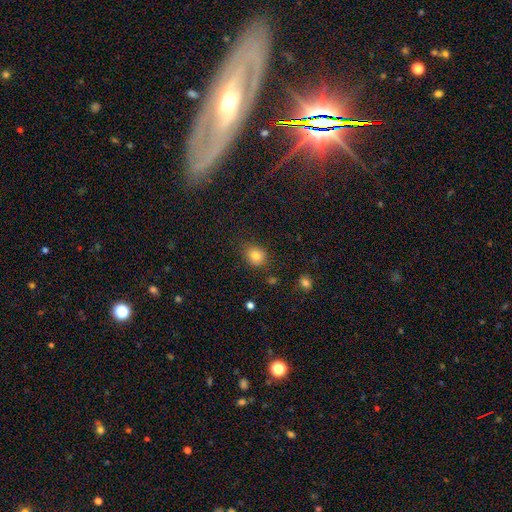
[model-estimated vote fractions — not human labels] Smooth or featured? Predicted: smooth (p=0.82). How rounded? Predicted: round (p=0.71). Merging? Predicted: none (p=0.79).